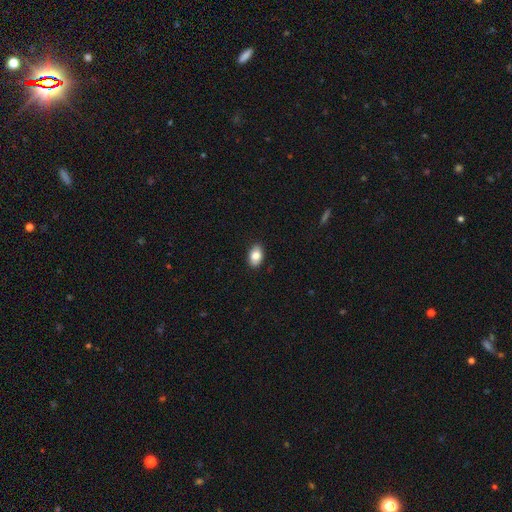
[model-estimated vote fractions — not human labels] smooth-or-featured: smooth: 84% | featured or disk: 9% | star or artifact: 7%
  how-rounded: in between: 90% | round: 8% | cigar-shaped: 1%
  merging: none: 89% | minor disturbance: 8% | major disturbance: 2% | merger: 1%